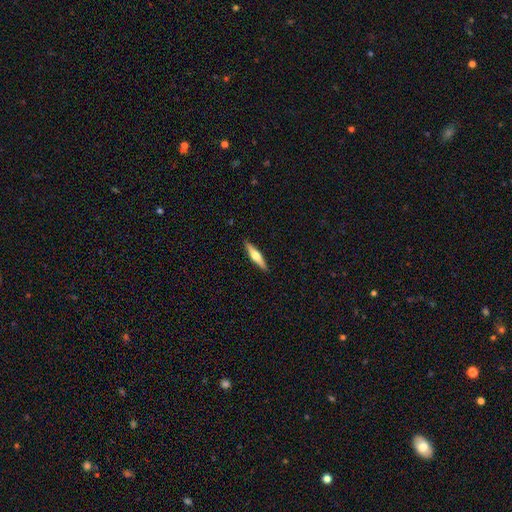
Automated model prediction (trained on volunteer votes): smooth_or_featured: featured or disk (p=0.56) [alt: smooth p=0.39]
disk_edge_on: yes (p=0.96) [alt: no p=0.04]
edge_on_bulge: rounded (p=0.92) [alt: boxy p=0.04]
merging: none (p=0.91) [alt: minor disturbance p=0.07]